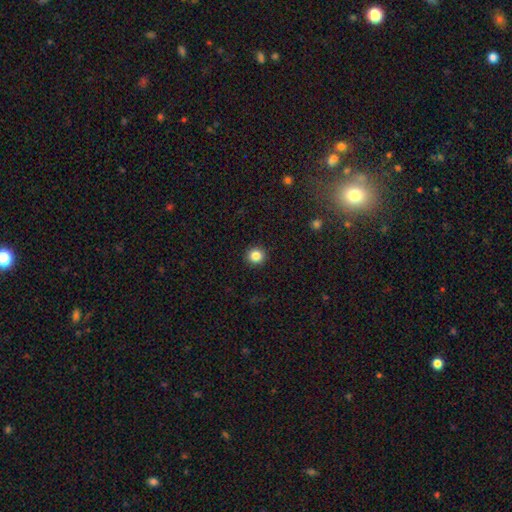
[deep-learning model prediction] The model was most divided on "smooth or featured": smooth: 85%, star or artifact: 11%, featured or disk: 4%. More confident: merging — none (92%); how rounded — round (91%).